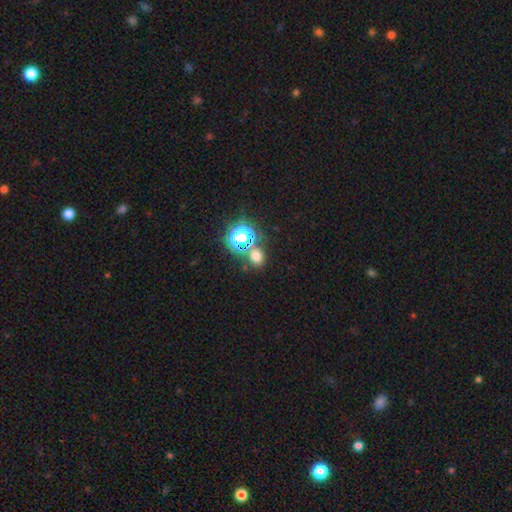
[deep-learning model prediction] Smooth or featured?
  - smooth: 63% *
  - star or artifact: 30%
  - featured or disk: 7%
How rounded?
  - round: 68% *
  - in between: 31%
  - cigar-shaped: 1%
Merging?
  - none: 70% *
  - merger: 16%
  - minor disturbance: 10%
  - major disturbance: 4%